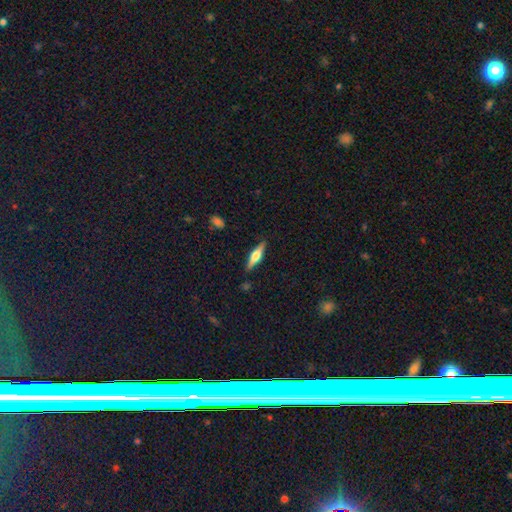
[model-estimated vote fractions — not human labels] Smooth or featured? featured or disk (61%)
Edge-on disk? yes (97%)
Edge-on bulge? rounded (87%)
Merging? none (88%)